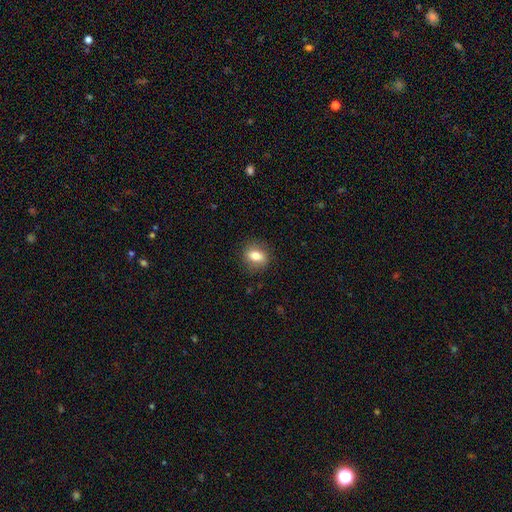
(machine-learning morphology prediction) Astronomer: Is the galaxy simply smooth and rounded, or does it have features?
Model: smooth — 77%.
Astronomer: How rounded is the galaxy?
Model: in between — 52% (runner-up: round, 46%).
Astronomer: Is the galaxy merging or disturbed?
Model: none — 86%.